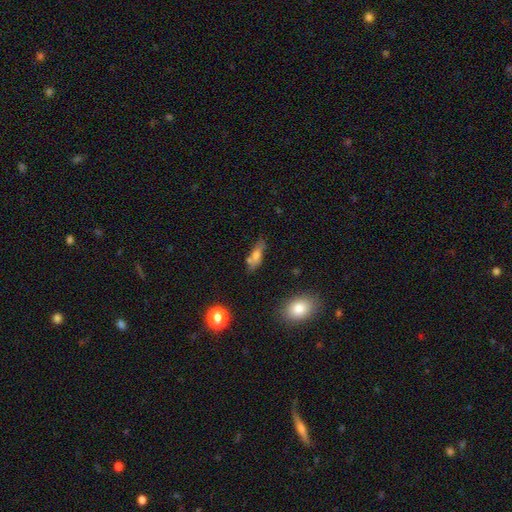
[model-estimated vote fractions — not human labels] A smooth galaxy with no disk features (64%) that is in between round and cigar-shaped (60%). Merging: none (58%).